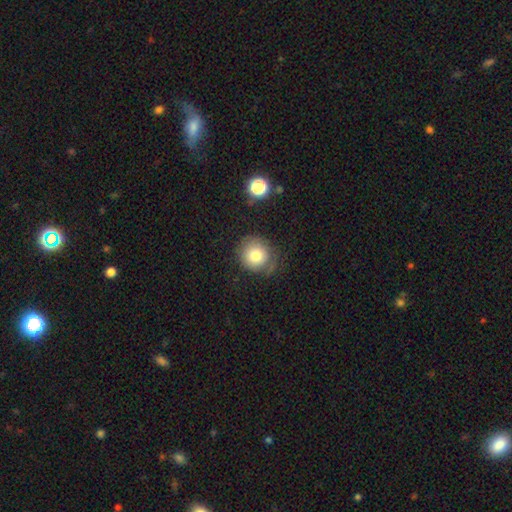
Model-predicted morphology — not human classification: smooth_or_featured: smooth (p=0.77) [alt: featured or disk p=0.13]
how_rounded: round (p=0.89) [alt: in between p=0.10]
merging: none (p=0.67) [alt: minor disturbance p=0.21]